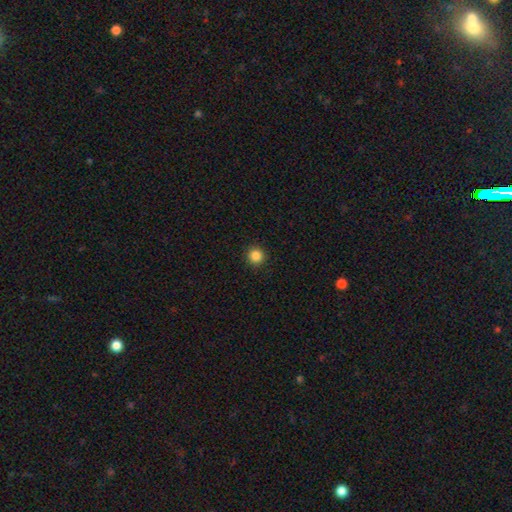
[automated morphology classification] This appears to be a smooth galaxy with no disk features (85%) that is round (95%). Merging: none (93%).